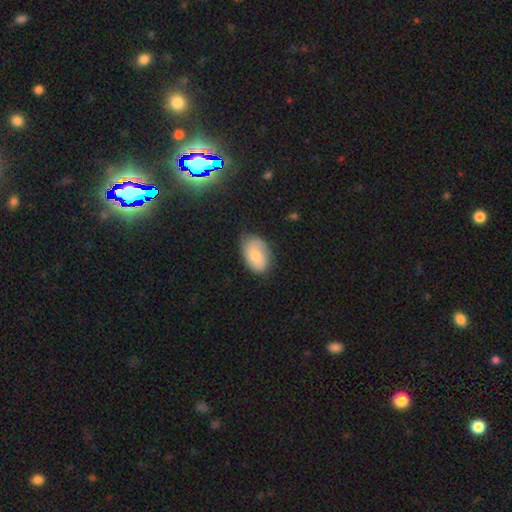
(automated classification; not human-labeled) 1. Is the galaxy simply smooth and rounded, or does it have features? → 66% smooth, 27% featured or disk, 7% star or artifact.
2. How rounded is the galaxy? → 89% in between, 10% round, 1% cigar-shaped.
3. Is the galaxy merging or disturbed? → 68% none, 25% minor disturbance, 6% major disturbance, 1% merger.